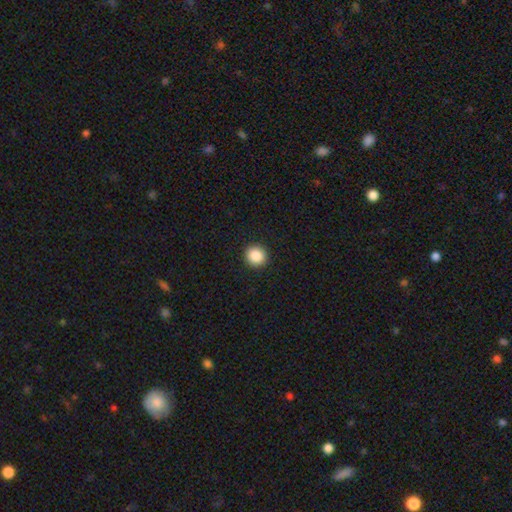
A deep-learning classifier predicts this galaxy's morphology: This is clearly a smooth galaxy (87%). How rounded: clearly round (92%). Merging: clearly none (93%).